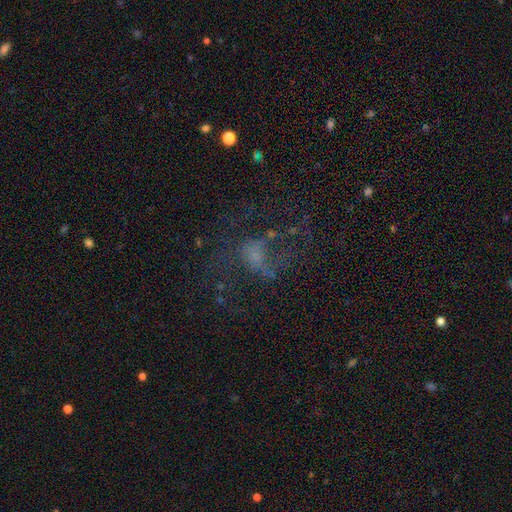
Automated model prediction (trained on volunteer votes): smooth-or-featured: featured or disk: 45% | smooth: 28% | star or artifact: 27%
  merging: major disturbance: 42% | none: 40% | minor disturbance: 14% | merger: 4%